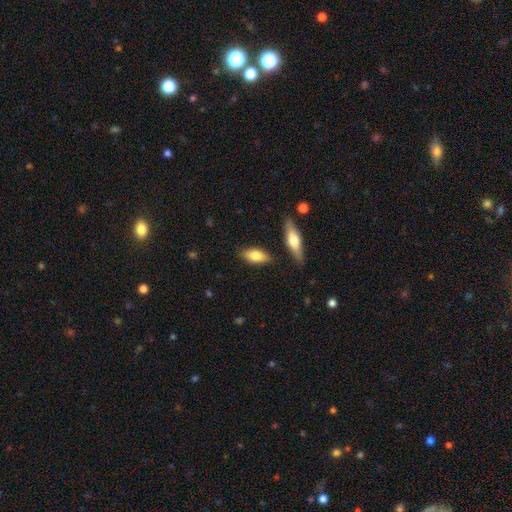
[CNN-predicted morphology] Smooth or featured? Predicted: smooth (p=0.72). How rounded? Predicted: in between (p=0.77). Merging? Predicted: none (p=0.81).